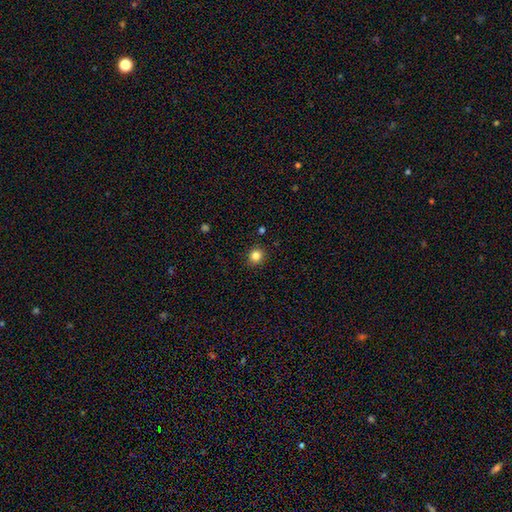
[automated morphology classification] smooth-or-featured: smooth: 84% | star or artifact: 12% | featured or disk: 5%
  how-rounded: round: 84% | in between: 15% | cigar-shaped: 1%
  merging: none: 90% | minor disturbance: 6% | major disturbance: 2% | merger: 1%